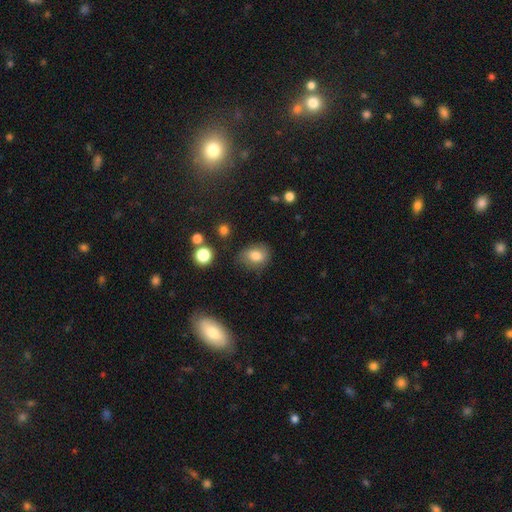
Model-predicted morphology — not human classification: smooth-or-featured: smooth: 79% | featured or disk: 11% | star or artifact: 10%
  how-rounded: in between: 59% | round: 40% | cigar-shaped: 1%
  merging: none: 70% | minor disturbance: 21% | major disturbance: 6% | merger: 3%